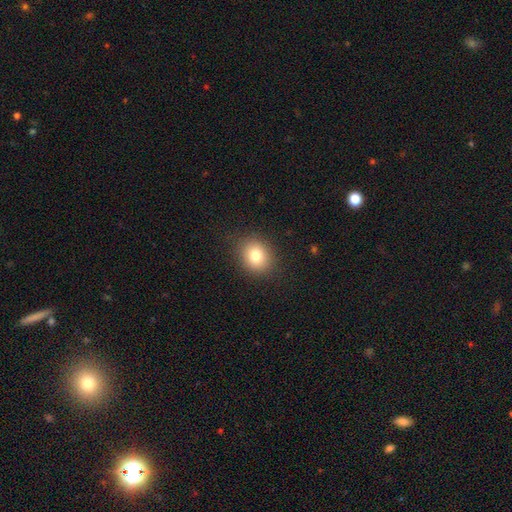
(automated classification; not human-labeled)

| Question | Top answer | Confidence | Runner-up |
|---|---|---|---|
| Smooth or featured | smooth | 80% | star or artifact (11%) |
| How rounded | round | 67% | in between (32%) |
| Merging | none | 88% | minor disturbance (8%) |